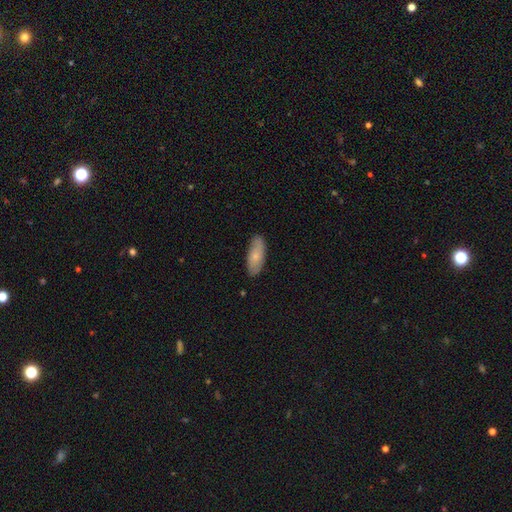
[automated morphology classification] A smooth galaxy with no disk features (71%) that is in between round and cigar-shaped (77%).

Vote fractions:
- Smooth or featured? smooth: 71% / featured or disk: 23% / star or artifact: 6%
- How rounded? in between: 77% / cigar-shaped: 21% / round: 2%
- Merging? none: 84% / minor disturbance: 13% / major disturbance: 2% / merger: 1%